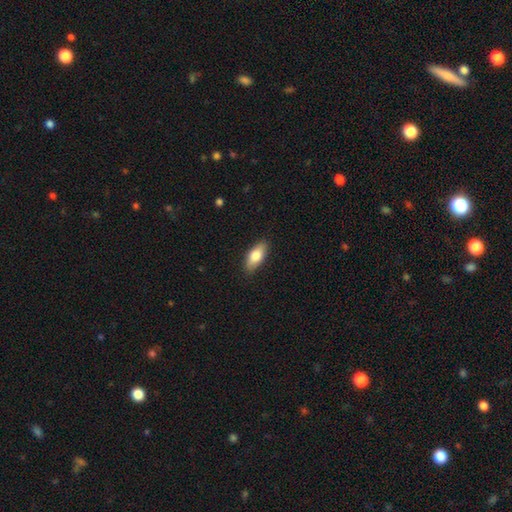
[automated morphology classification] A smooth galaxy with no disk features (79%) that is in between round and cigar-shaped (83%).

Vote fractions:
- Smooth or featured? smooth: 79% / featured or disk: 15% / star or artifact: 6%
- How rounded? in between: 83% / cigar-shaped: 14% / round: 3%
- Merging? none: 87% / minor disturbance: 10% / major disturbance: 2% / merger: 1%